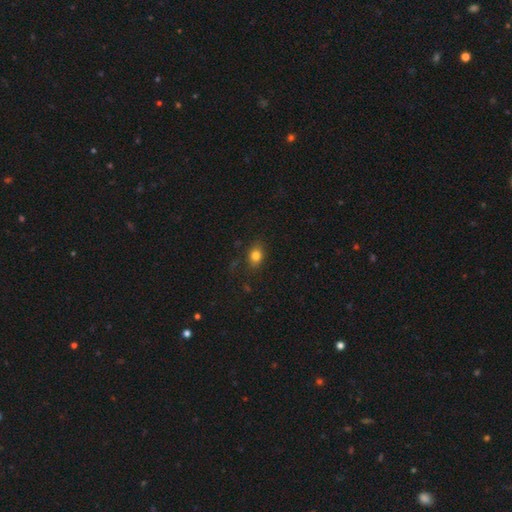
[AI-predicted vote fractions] Smooth or featured? smooth (81%)
How rounded? in between (64%)
Merging? none (79%)